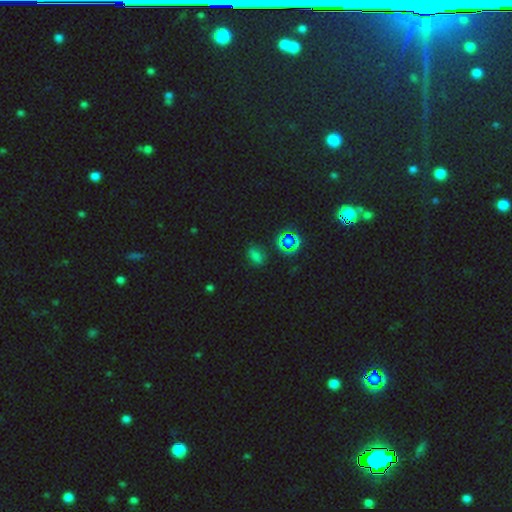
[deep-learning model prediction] smooth 58%, star or artifact 36%, featured or disk 7%. Down the decision tree: how rounded — in between (77%); merging — none (80%).